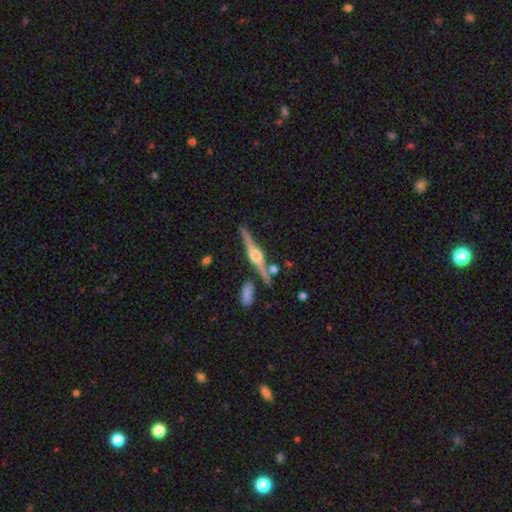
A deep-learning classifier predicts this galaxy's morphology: type=featured or disk (83%); edge-on=yes (98%); edge-on bulge=rounded (92%); merging=none (84%).